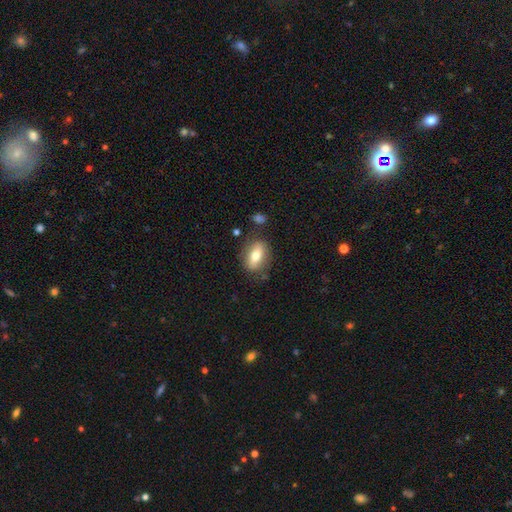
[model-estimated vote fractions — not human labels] smooth_or_featured: smooth (p=0.65) [alt: featured or disk p=0.28]
how_rounded: in between (p=0.81) [alt: round p=0.12]
merging: none (p=0.78) [alt: minor disturbance p=0.14]